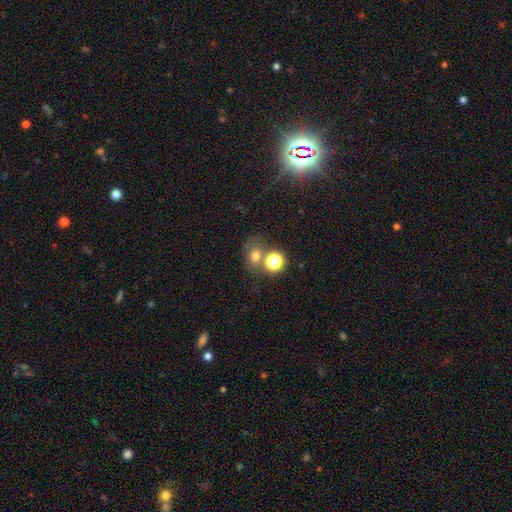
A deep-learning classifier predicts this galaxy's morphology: A smooth galaxy with no disk features (67%) that is round (59%). Merging: none (51%).